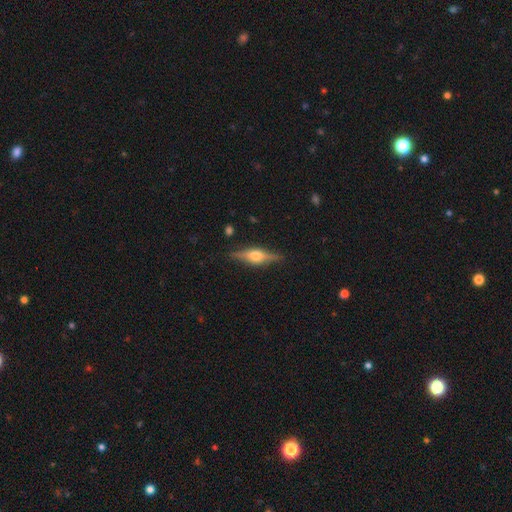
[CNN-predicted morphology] smooth-or-featured: featured or disk: 71% | smooth: 22% | star or artifact: 7%
  disk-edge-on: yes: 96% | no: 4%
    edge-on-bulge: rounded: 90% | boxy: 8% | none: 2%
  merging: none: 86% | minor disturbance: 10% | major disturbance: 2% | merger: 1%